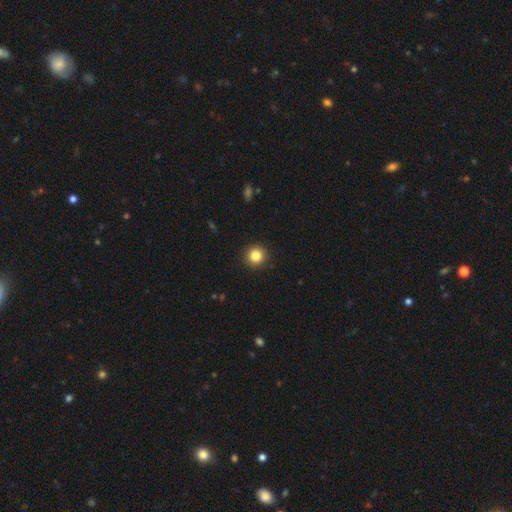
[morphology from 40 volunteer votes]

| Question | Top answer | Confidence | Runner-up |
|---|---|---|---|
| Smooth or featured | smooth | 88% | star or artifact (10%) |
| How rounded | round | 97% | in between (3%) |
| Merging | none | 92% | minor disturbance (8%) |